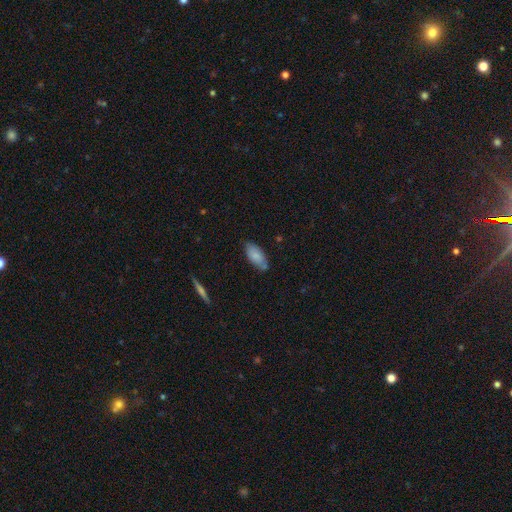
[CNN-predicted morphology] This appears to be a smooth galaxy with no disk features (80%) that is in between round and cigar-shaped (89%). Merging: none (69%).